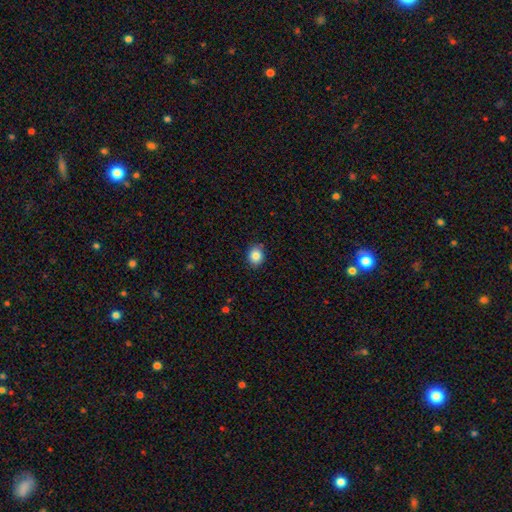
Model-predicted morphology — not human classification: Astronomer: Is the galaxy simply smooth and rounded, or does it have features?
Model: smooth — 86%.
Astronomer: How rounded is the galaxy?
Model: round — 64%.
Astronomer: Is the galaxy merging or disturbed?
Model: none — 87%.